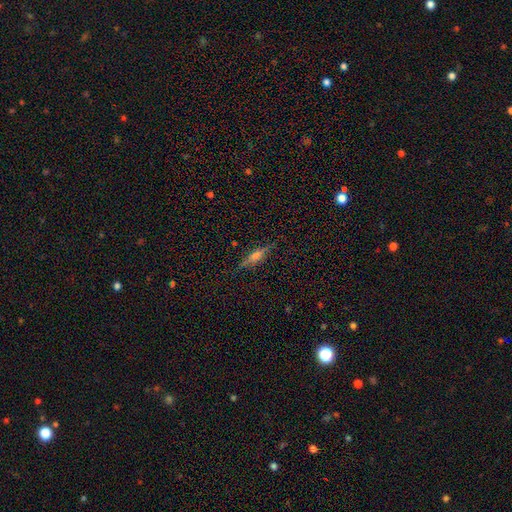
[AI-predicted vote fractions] A featured or disk galaxy (66%) viewed edge-on (96%) with a rounded central bulge (79%).

Vote fractions:
- Smooth or featured? featured or disk: 66% / smooth: 22% / star or artifact: 12%
- Edge-on disk? yes: 96% / no: 4%
- Edge-on bulge? rounded: 79% / boxy: 13% / none: 7%
- Merging? none: 87% / minor disturbance: 10% / major disturbance: 2% / merger: 1%